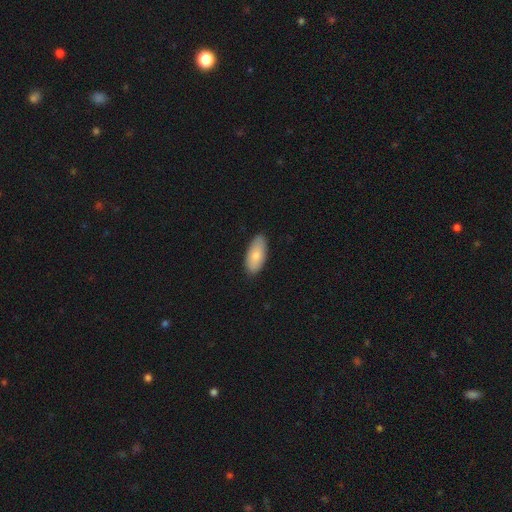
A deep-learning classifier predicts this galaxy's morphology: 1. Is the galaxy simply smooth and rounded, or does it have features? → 79% smooth, 16% featured or disk, 6% star or artifact.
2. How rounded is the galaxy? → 91% in between, 7% cigar-shaped, 2% round.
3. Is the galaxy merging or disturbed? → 86% none, 11% minor disturbance, 2% major disturbance, 1% merger.